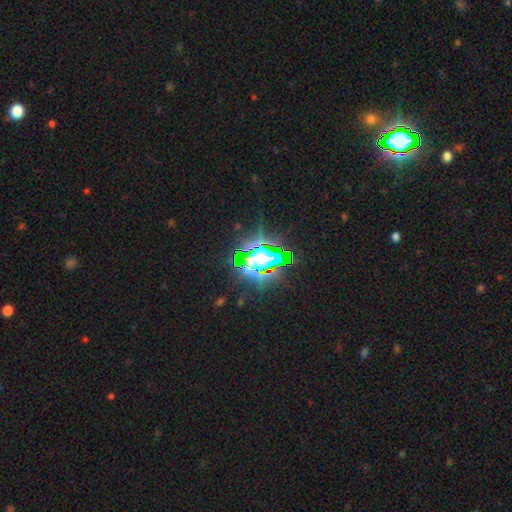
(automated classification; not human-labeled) This is likely a star or artifact rather than a galaxy (65%).